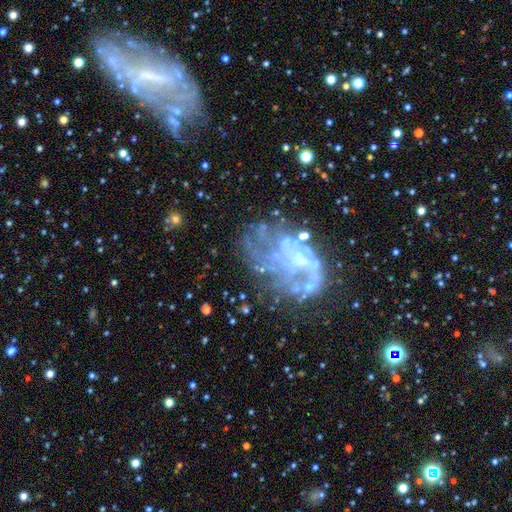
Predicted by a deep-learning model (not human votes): smooth_or_featured: featured or disk (p=0.71) [alt: star or artifact p=0.16]
disk_edge_on: no (p=0.98) [alt: yes p=0.02]
bar: no (p=0.81) [alt: weak p=0.14]
has_spiral_arms: no (p=0.64) [alt: yes p=0.36]
bulge_size: none (p=0.55) [alt: small p=0.27]
merging: none (p=0.41) [alt: major disturbance p=0.30]